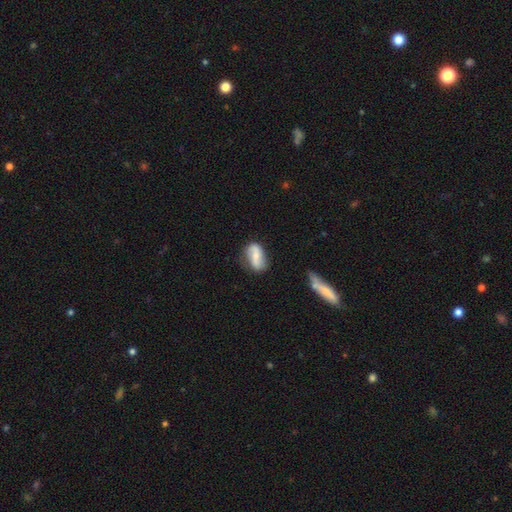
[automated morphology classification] smooth_or_featured: featured or disk (p=0.50) [alt: smooth p=0.43]
disk_edge_on: no (p=0.93) [alt: yes p=0.07]
merging: none (p=0.64) [alt: minor disturbance p=0.25]